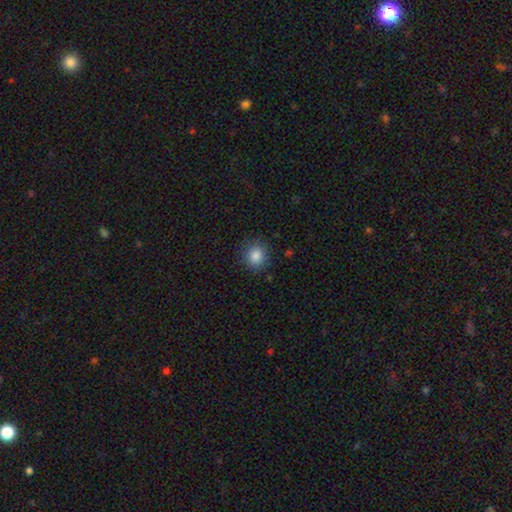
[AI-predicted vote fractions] This is clearly a smooth galaxy (85%). How rounded: clearly round (84%). Merging: clearly none (87%).